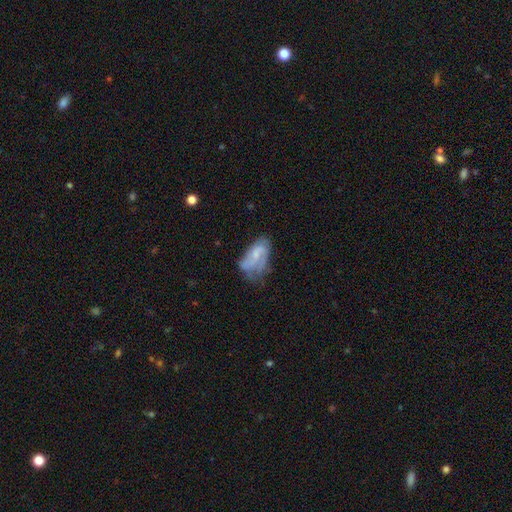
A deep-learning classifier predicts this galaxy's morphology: smooth-or-featured: featured or disk: 56% | smooth: 36% | star or artifact: 9%
  disk-edge-on: no: 96% | yes: 4%
    bar: no: 58% | weak: 34% | strong: 8%
    has-spiral-arms: yes: 69% | no: 31%
    bulge-size: small: 44% | none: 31% | moderate: 22% | large: 3% | dominant: 1%
  merging: none: 38% | minor disturbance: 31% | major disturbance: 27% | merger: 5%